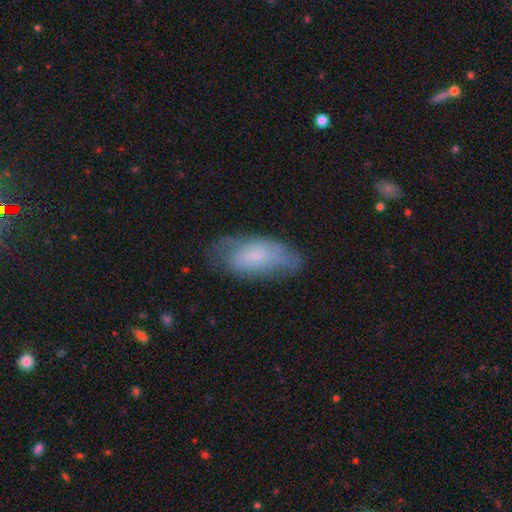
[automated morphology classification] Smooth or featured: smooth — 58% (featured or disk — 35%)
How rounded: in between — 90% (cigar-shaped — 8%)
Merging: none — 55% (minor disturbance — 30%)